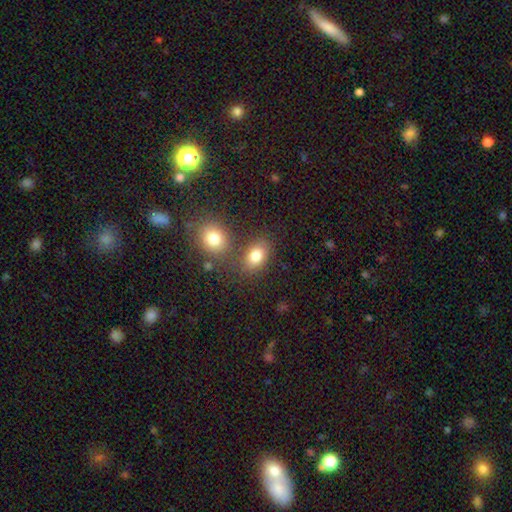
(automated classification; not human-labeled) A smooth galaxy with no disk features (80%) that is in between round and cigar-shaped (76%).

Vote fractions:
- Smooth or featured? smooth: 80% / star or artifact: 11% / featured or disk: 9%
- How rounded? in between: 76% / round: 23% / cigar-shaped: 2%
- Merging? none: 67% / merger: 18% / minor disturbance: 11% / major disturbance: 4%